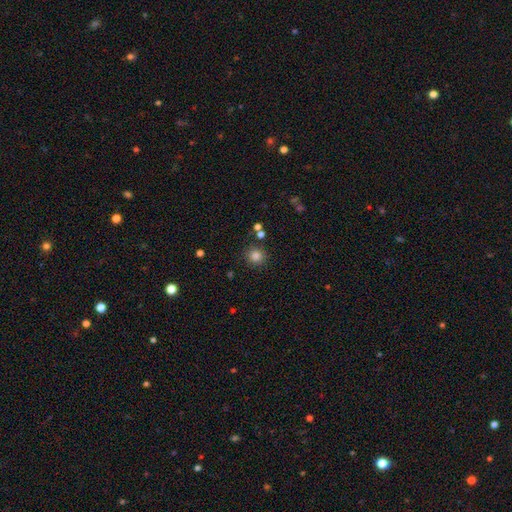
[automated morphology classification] smooth-or-featured: smooth: 82% | star or artifact: 13% | featured or disk: 5%
  how-rounded: round: 93% | in between: 6% | cigar-shaped: 1%
  merging: none: 85% | minor disturbance: 8% | merger: 5% | major disturbance: 3%